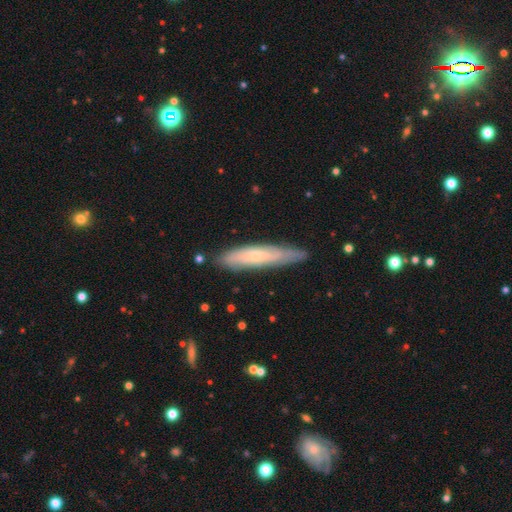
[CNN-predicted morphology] A smooth galaxy with no disk features (48%).

Vote fractions:
- Smooth or featured? smooth: 48% / featured or disk: 46% / star or artifact: 6%
- Merging? none: 76% / minor disturbance: 19% / major disturbance: 3% / merger: 2%